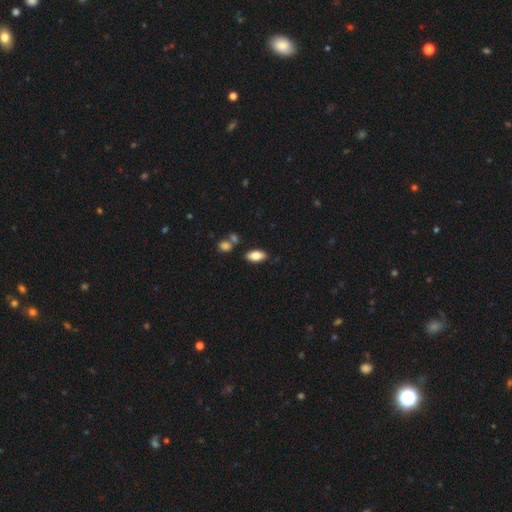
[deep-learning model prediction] Morphology: type=smooth (81%); roundness=in between (91%); merging=none (81%).